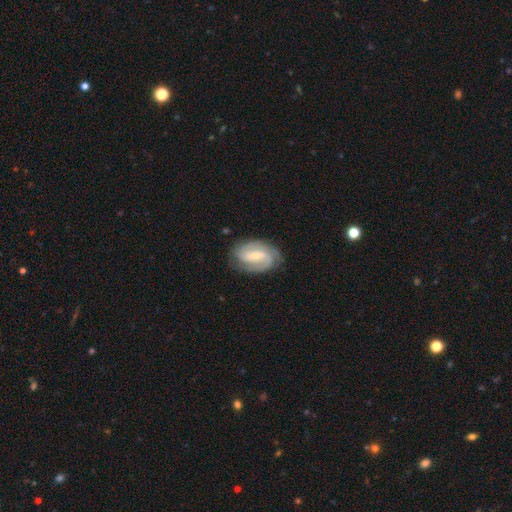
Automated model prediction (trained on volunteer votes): Smooth or featured? featured or disk (82%)
Edge-on disk? no (97%)
Bar? weak (45%)
Spiral arms? yes (94%)
Spiral winding? medium (44%)
Spiral arm count? 2 (68%)
Bulge size? small (61%)
Merging? none (78%)